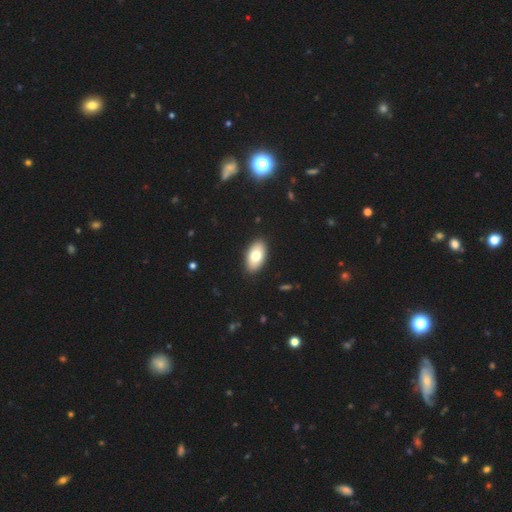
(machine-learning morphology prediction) type=smooth (74%); roundness=in between (94%); merging=none (91%).